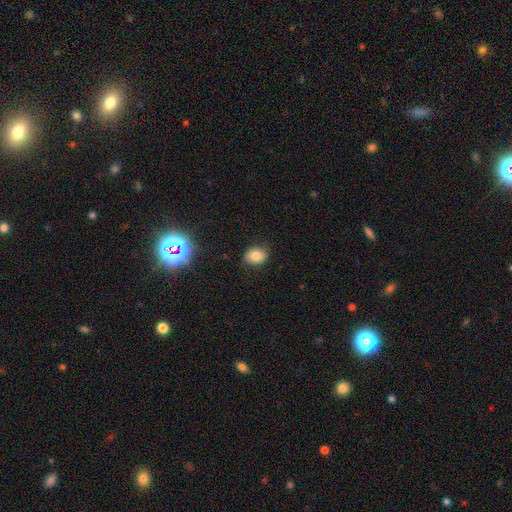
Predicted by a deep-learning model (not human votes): Morphology: type=smooth (80%); roundness=in between (63%); merging=none (83%).